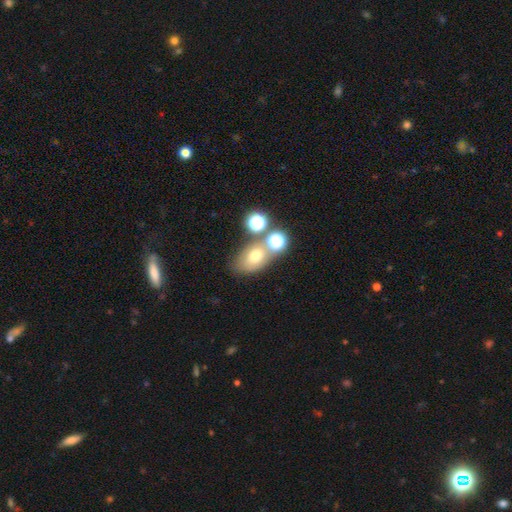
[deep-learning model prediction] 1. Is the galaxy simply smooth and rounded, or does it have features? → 65% smooth, 18% star or artifact, 17% featured or disk.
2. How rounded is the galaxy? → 69% in between, 29% round, 2% cigar-shaped.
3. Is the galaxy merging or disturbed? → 50% none, 30% merger, 14% minor disturbance, 7% major disturbance.